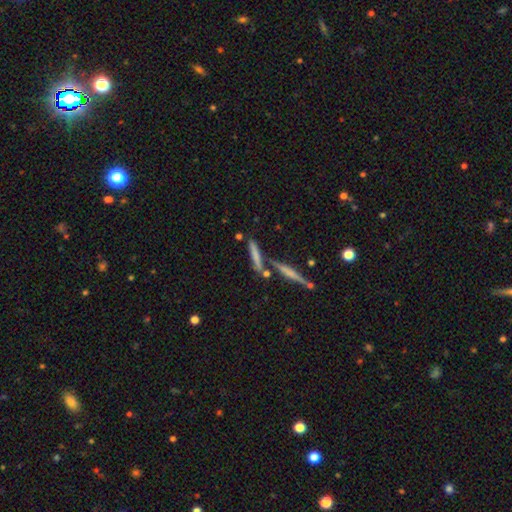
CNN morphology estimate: Smooth or featured: smooth — 63% (featured or disk — 28%)
How rounded: cigar-shaped — 86% (in between — 12%)
Merging: none — 61% (merger — 21%)